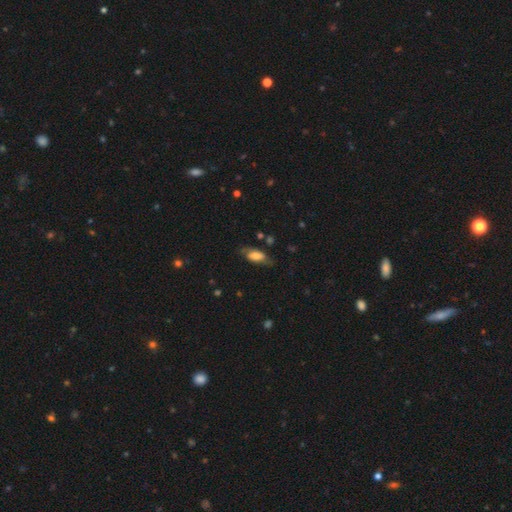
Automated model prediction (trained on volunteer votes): This is likely a smooth galaxy (62%). How rounded: clearly in between (83%). Merging: likely none (65%).